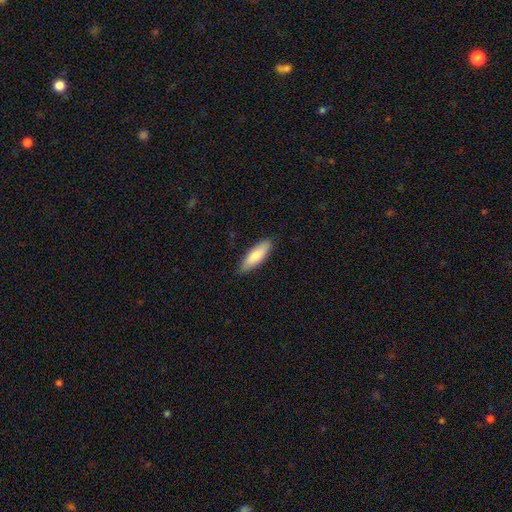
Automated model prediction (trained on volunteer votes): The model was most divided on "how rounded": in between: 54%, cigar-shaped: 44%, round: 2%. More confident: merging — none (86%); smooth or featured — smooth (81%).